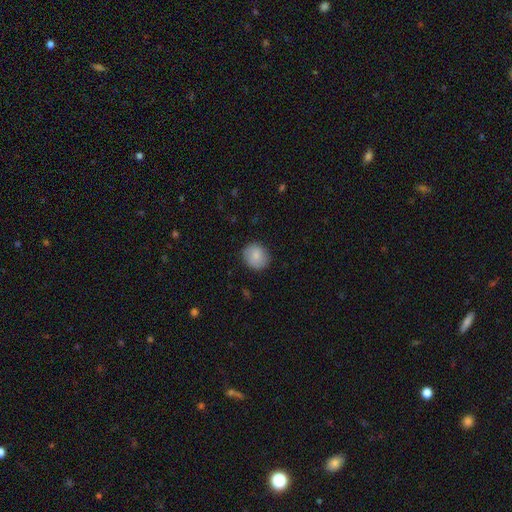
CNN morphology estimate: Smooth or featured?
  - smooth: 84% *
  - featured or disk: 9%
  - star or artifact: 7%
How rounded?
  - round: 78% *
  - in between: 21%
  - cigar-shaped: 1%
Merging?
  - none: 86% *
  - minor disturbance: 11%
  - major disturbance: 3%
  - merger: 1%